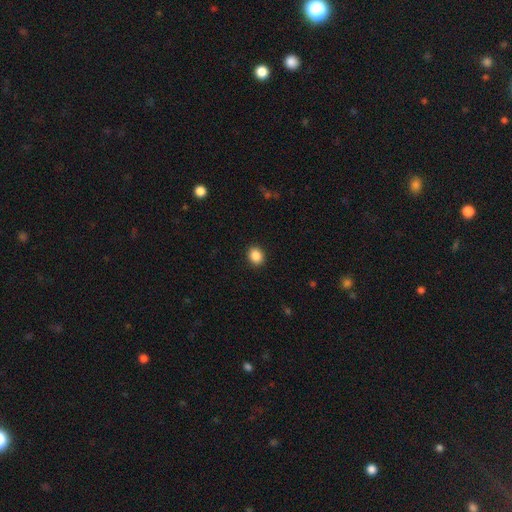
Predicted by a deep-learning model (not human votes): The model was most divided on "how rounded": round: 58%, in between: 41%, cigar-shaped: 1%. More confident: merging — none (91%); smooth or featured — smooth (88%).